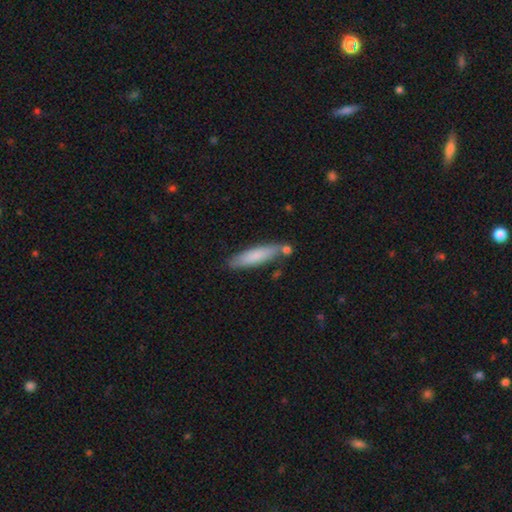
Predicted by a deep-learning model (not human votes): Smooth or featured: smooth — 76% (featured or disk — 18%)
How rounded: cigar-shaped — 79% (in between — 20%)
Merging: none — 72% (minor disturbance — 15%)